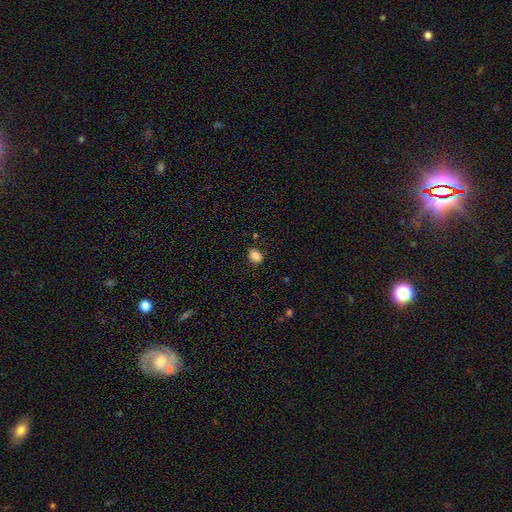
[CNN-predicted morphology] The model was most divided on "how rounded": in between: 65%, round: 34%, cigar-shaped: 1%. More confident: merging — none (85%); smooth or featured — smooth (84%).